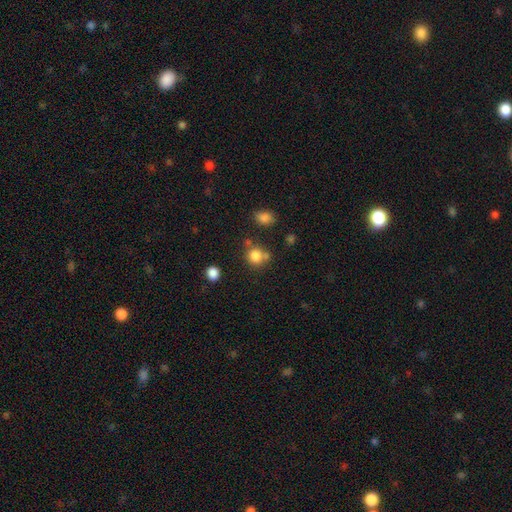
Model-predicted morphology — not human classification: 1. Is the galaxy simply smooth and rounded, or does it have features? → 81% smooth, 12% star or artifact, 6% featured or disk.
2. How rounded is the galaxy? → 82% round, 17% in between, 1% cigar-shaped.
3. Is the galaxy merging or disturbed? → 60% none, 20% merger, 15% minor disturbance, 5% major disturbance.